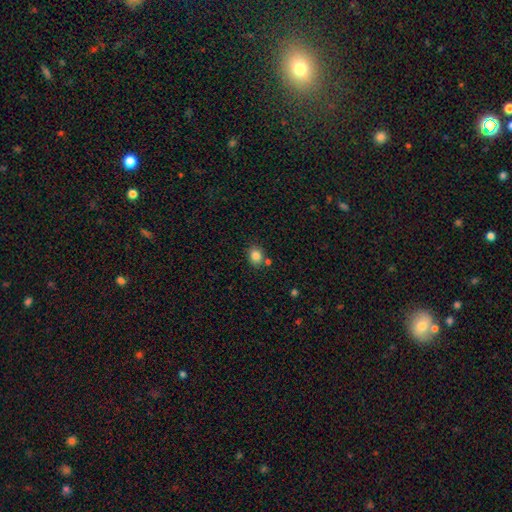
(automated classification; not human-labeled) Overall: smooth (84%). How rounded: round (56%; in between 43%). Merging: none (75%).